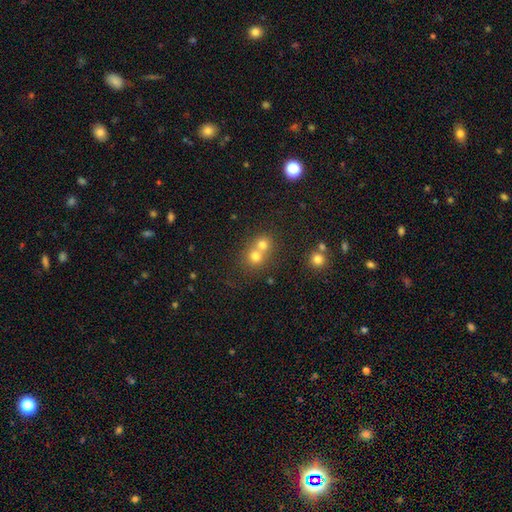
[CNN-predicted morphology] This appears to be a smooth galaxy with no disk features (63%) that is round (82%). Merging: merger (53%).